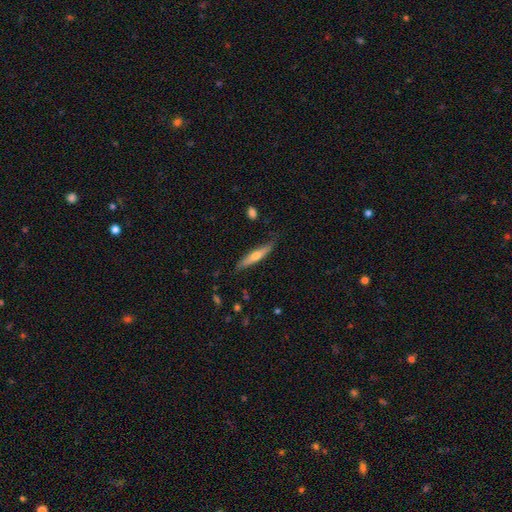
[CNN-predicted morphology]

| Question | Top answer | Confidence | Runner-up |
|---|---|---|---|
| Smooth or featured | featured or disk | 51% | smooth (43%) |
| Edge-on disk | yes | 93% | no (7%) |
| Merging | none | 82% | minor disturbance (14%) |